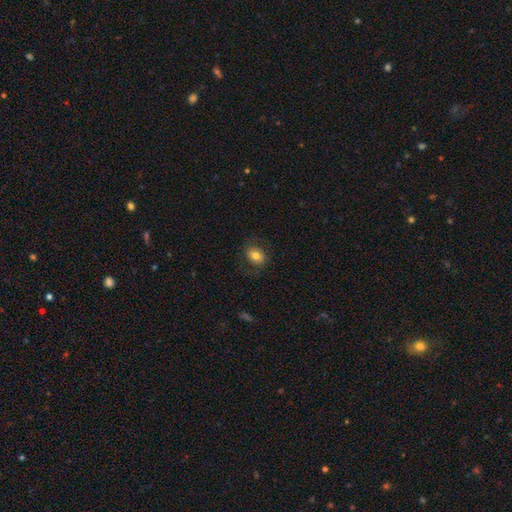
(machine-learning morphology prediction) Smooth or featured? Predicted: smooth (p=0.75). How rounded? Predicted: in between (p=0.59). Merging? Predicted: none (p=0.77).